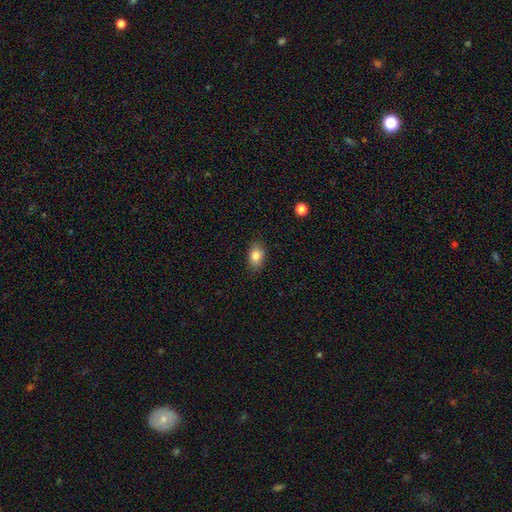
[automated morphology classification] Smooth or featured: smooth — 83% (star or artifact — 9%)
How rounded: in between — 81% (round — 17%)
Merging: none — 85% (minor disturbance — 11%)